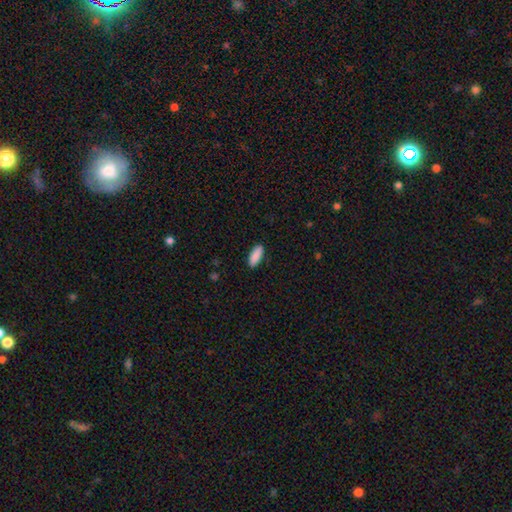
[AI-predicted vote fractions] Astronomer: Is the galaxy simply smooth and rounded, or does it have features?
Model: smooth — 90%.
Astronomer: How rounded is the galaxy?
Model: in between — 71%.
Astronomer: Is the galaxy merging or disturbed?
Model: none — 88%.